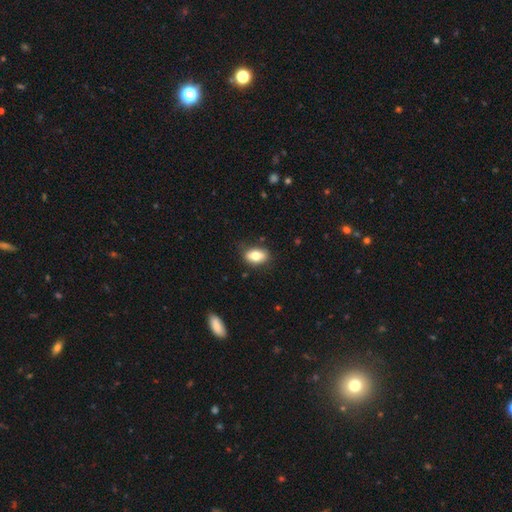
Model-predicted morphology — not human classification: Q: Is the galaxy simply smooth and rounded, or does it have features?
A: smooth — 78%.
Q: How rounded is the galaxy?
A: in between — 87%.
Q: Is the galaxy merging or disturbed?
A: none — 80%.